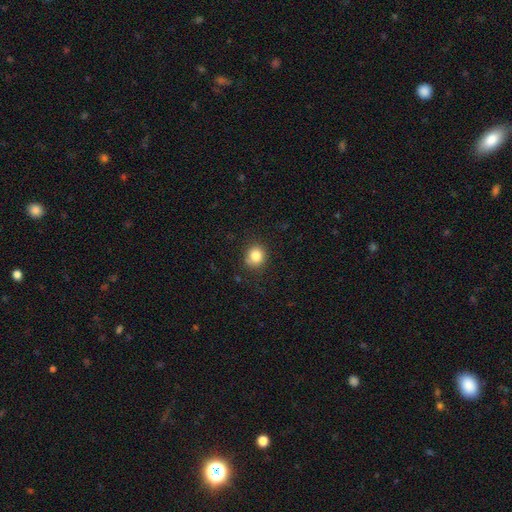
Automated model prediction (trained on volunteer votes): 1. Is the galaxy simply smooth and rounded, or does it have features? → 84% smooth, 10% star or artifact, 5% featured or disk.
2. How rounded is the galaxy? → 84% round, 15% in between, 1% cigar-shaped.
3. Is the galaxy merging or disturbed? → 82% none, 13% minor disturbance, 3% major disturbance, 1% merger.